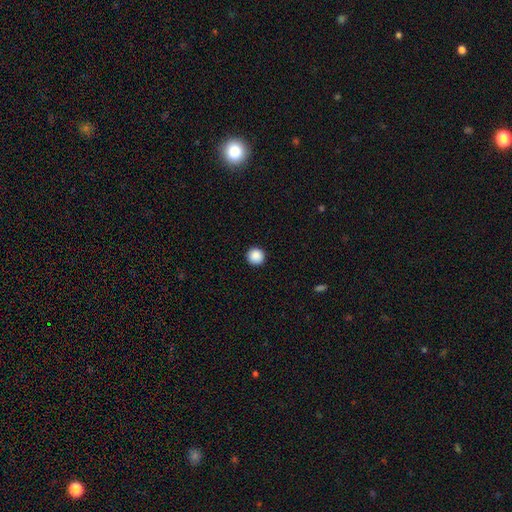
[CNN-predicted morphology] The model was most divided on "smooth or featured": smooth: 89%, star or artifact: 9%, featured or disk: 2%. More confident: how rounded — round (96%); merging — none (93%).